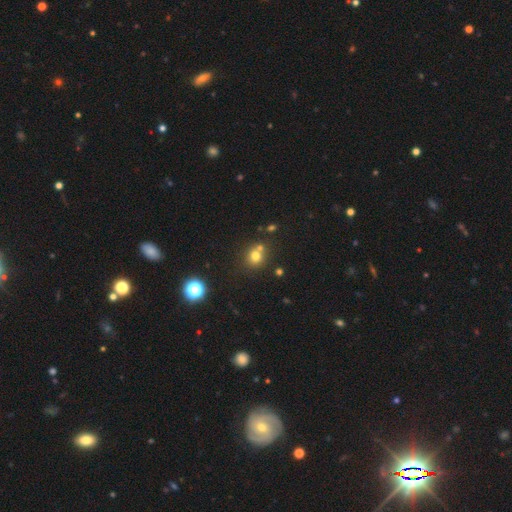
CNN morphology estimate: This is likely a smooth galaxy (72%). How rounded: clearly round (83%). Merging: possibly none (59%).